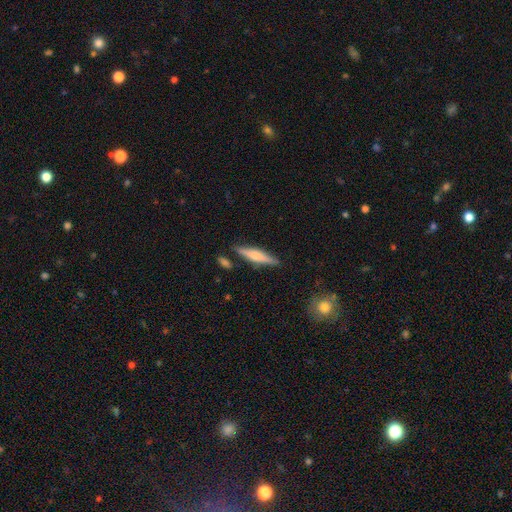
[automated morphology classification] A smooth galaxy with no disk features (49%). Merging: none (84%).